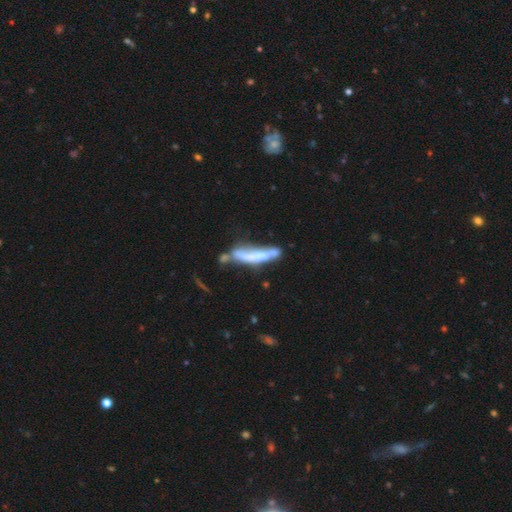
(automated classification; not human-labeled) A featured or disk galaxy (50%). Merging: merger (33%).